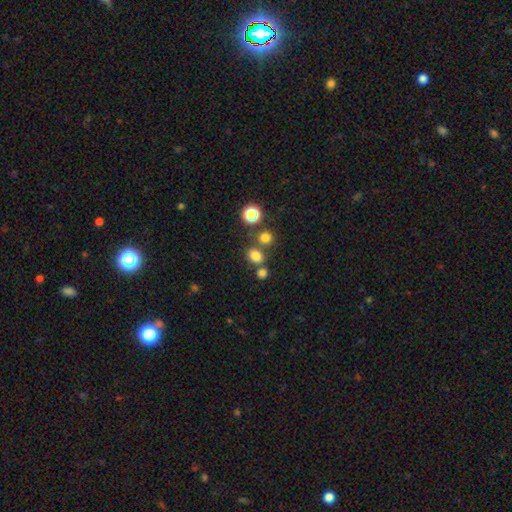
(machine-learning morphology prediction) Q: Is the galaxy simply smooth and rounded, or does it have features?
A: smooth — 77%.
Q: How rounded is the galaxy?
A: round — 55%.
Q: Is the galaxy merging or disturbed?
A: none — 65%.